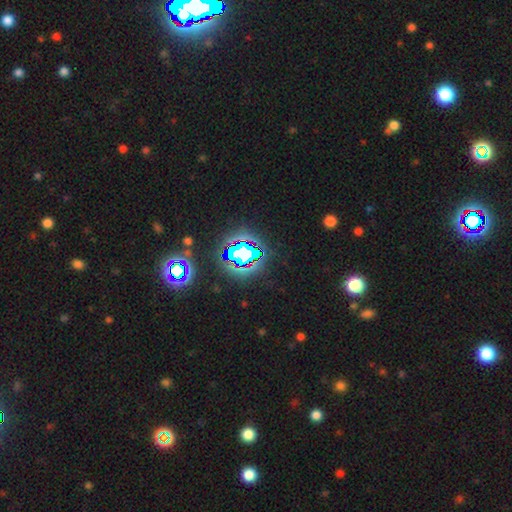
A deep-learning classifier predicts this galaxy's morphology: smooth-or-featured: star or artifact: 81% | smooth: 12% | featured or disk: 7%